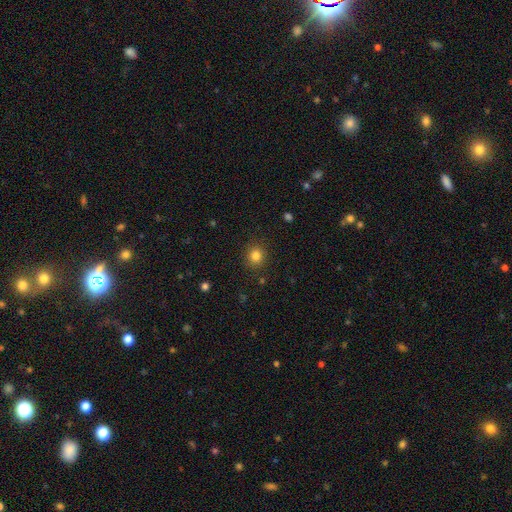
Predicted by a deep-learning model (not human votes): A smooth galaxy with no disk features (83%) that is round (85%). Merging: none (89%).